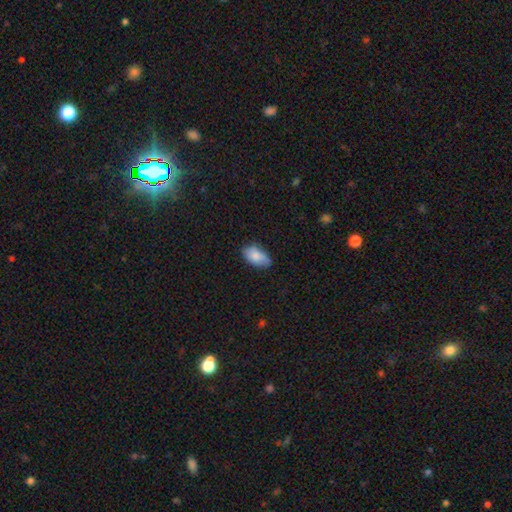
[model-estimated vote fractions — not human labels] Smooth or featured? smooth (82%)
How rounded? in between (93%)
Merging? none (64%)